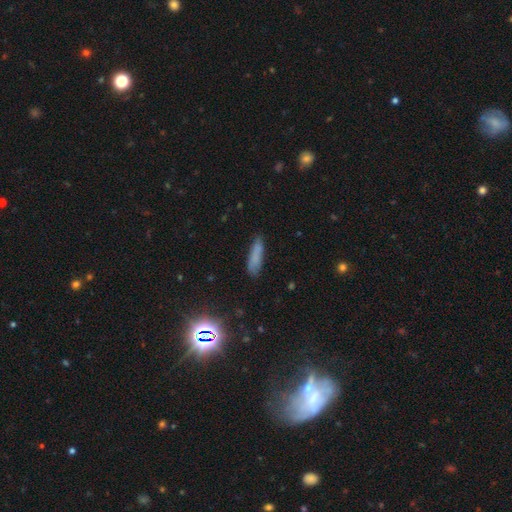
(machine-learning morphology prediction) Smooth or featured? Predicted: smooth (p=0.77). How rounded? Predicted: cigar-shaped (p=0.74). Merging? Predicted: none (p=0.76).